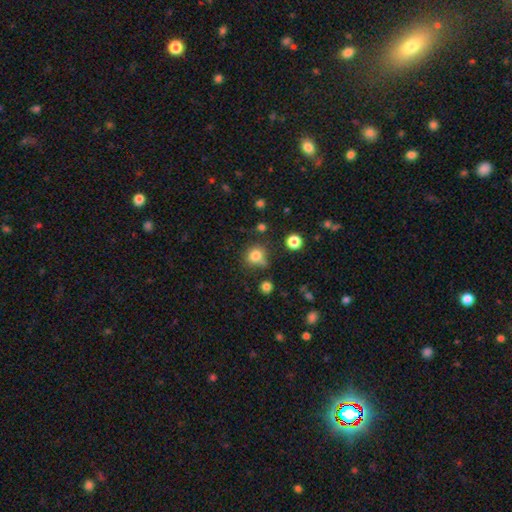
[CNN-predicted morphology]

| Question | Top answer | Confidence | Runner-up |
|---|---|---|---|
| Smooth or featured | smooth | 80% | star or artifact (14%) |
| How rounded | round | 78% | in between (21%) |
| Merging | none | 65% | minor disturbance (19%) |